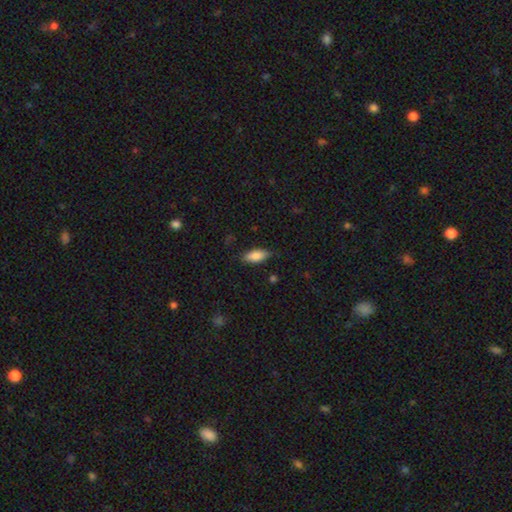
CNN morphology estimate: smooth 84%, featured or disk 9%, star or artifact 7%. Down the decision tree: how rounded — in between (85%); merging — none (78%).